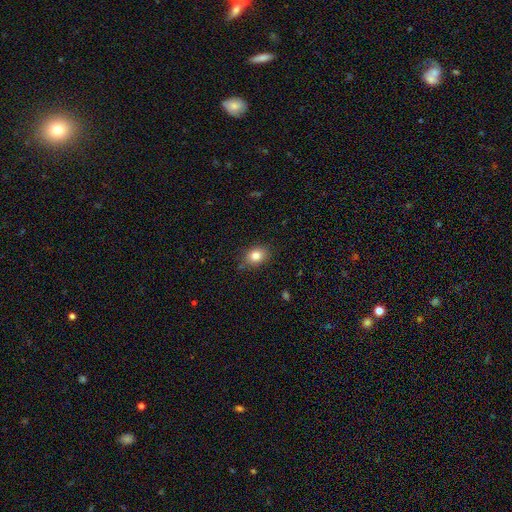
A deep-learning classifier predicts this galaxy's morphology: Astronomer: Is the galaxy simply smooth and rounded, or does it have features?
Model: smooth — 83%.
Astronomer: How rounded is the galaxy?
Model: in between — 58% (runner-up: round, 41%).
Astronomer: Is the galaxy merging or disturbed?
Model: none — 84%.